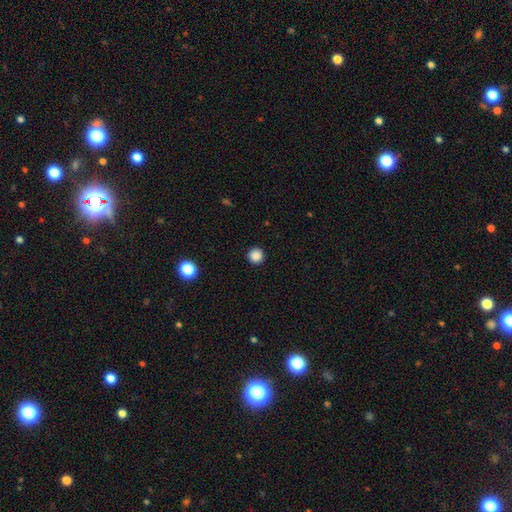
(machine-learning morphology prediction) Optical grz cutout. It shows a smooth galaxy with no disk features (87%) that is round (96%). Merging: none (93%).